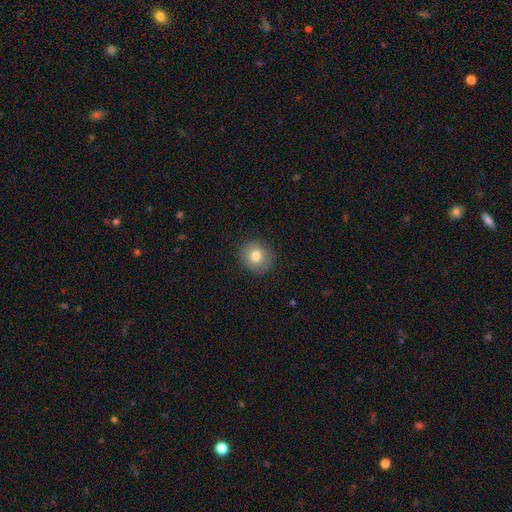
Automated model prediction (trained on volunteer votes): Overall: smooth (79%). How rounded: round (84%). Merging: none (87%).